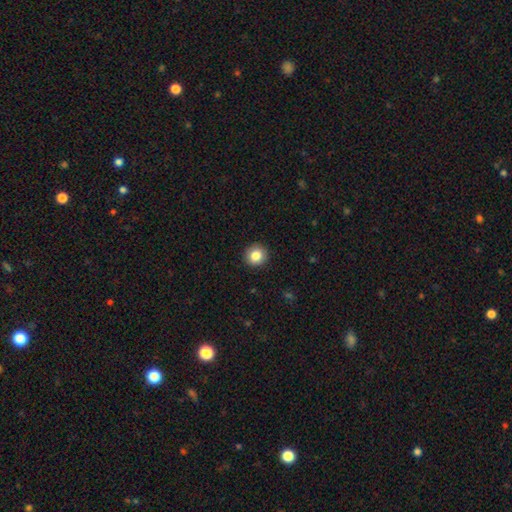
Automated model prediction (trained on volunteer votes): smooth 84%, star or artifact 10%, featured or disk 7%. Down the decision tree: how rounded — round (93%); merging — none (92%).